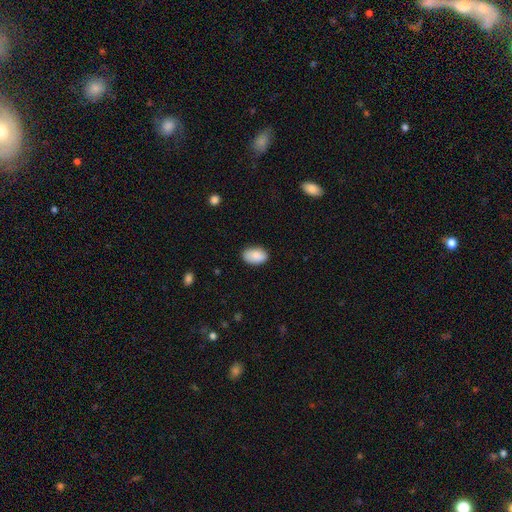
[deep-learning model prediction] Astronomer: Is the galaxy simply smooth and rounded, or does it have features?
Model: smooth — 88%.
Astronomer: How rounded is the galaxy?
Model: in between — 91%.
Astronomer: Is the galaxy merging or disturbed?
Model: none — 82%.